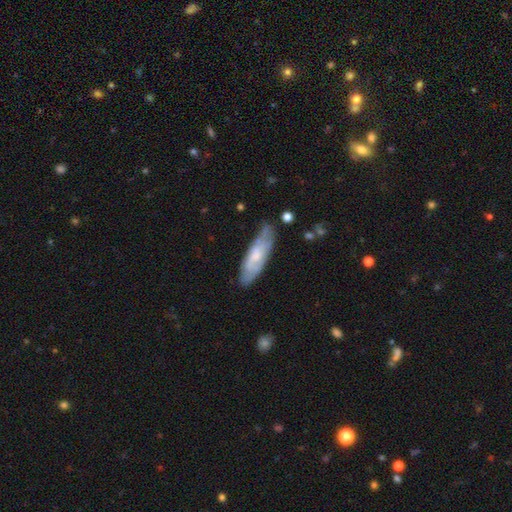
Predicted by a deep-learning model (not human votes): This appears to be a smooth galaxy with no disk features (48%). Merging: none (69%).